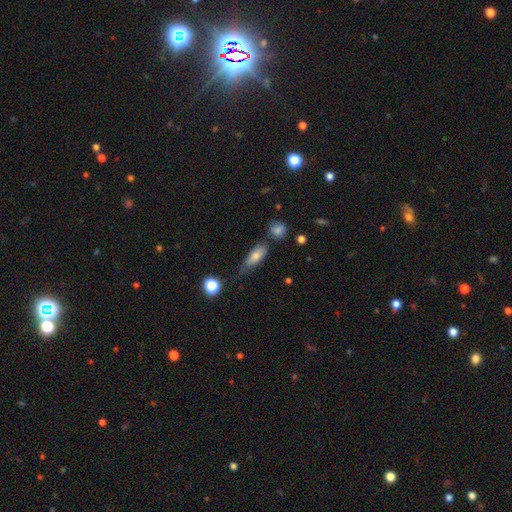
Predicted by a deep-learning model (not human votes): Morphology: type=smooth (72%); roundness=in between (58%); merging=none (51%).